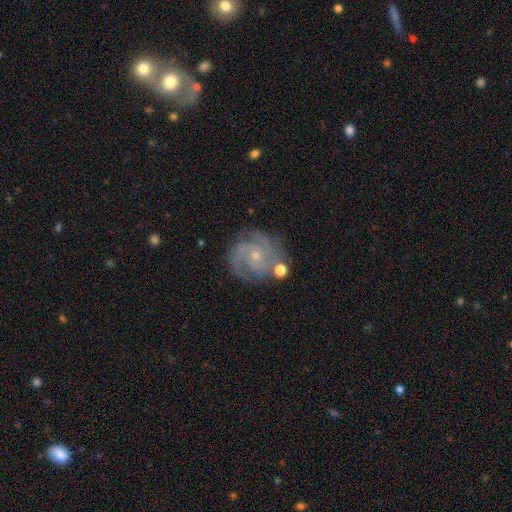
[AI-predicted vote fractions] The model was most divided on "spiral arm count": 3: 40%, 2: 25%, can't tell: 13%, 4: 11%, 1: 5%, more than 4: 5%. More confident: edge-on disk — no (98%); spiral arms — yes (97%); smooth or featured — featured or disk (86%); bulge size — small (82%); merging — none (75%); bar — no (75%); spiral winding — tight (59%).